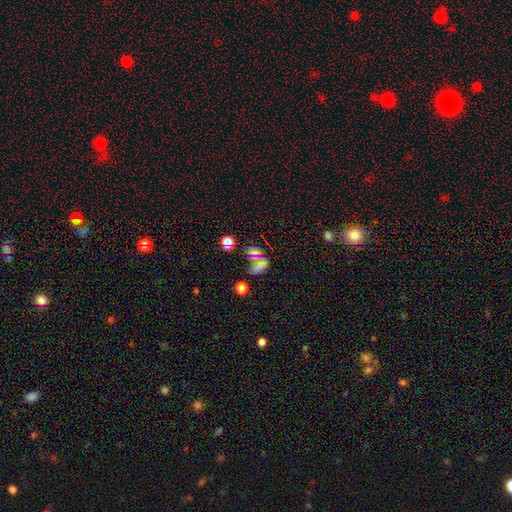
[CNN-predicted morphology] Overall: star or artifact (51%; smooth 32%).